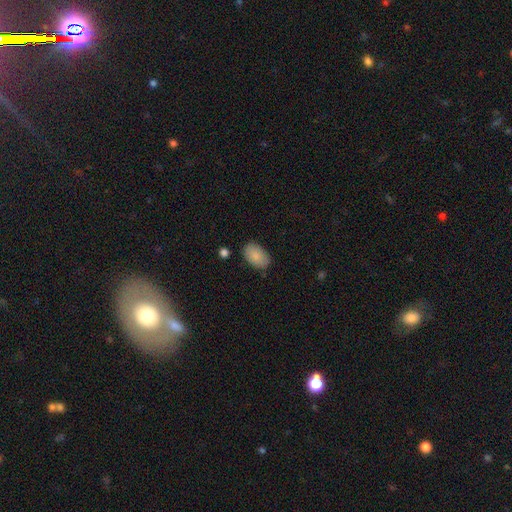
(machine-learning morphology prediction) Q: Smooth or featured?
A: smooth (87%); runner-up: featured or disk (6%)
Q: How rounded?
A: in between (92%); runner-up: round (7%)
Q: Merging?
A: none (81%); runner-up: minor disturbance (14%)